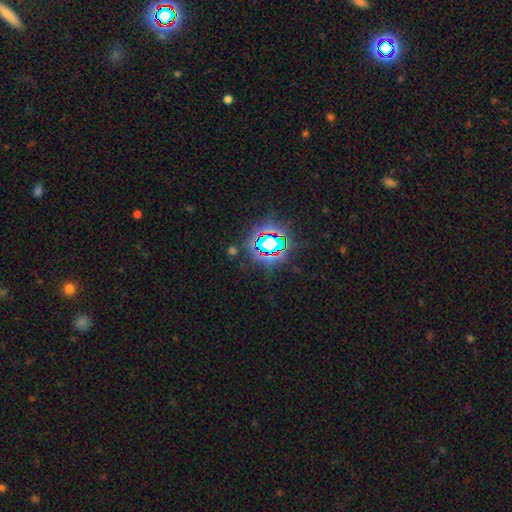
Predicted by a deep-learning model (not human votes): Smooth or featured? star or artifact (81%)